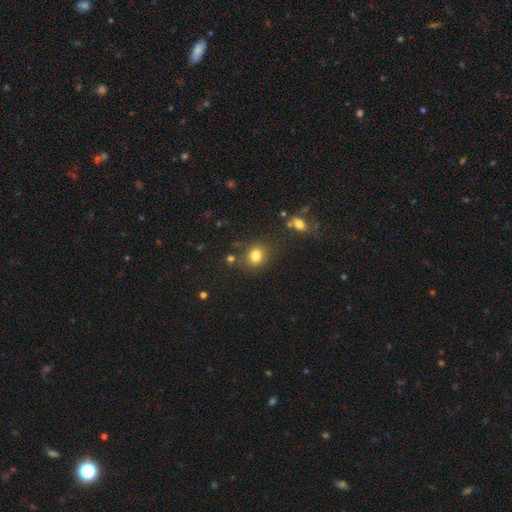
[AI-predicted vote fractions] smooth-or-featured: smooth: 81% | star or artifact: 13% | featured or disk: 7%
  how-rounded: round: 68% | in between: 31% | cigar-shaped: 1%
  merging: none: 77% | minor disturbance: 12% | merger: 7% | major disturbance: 4%